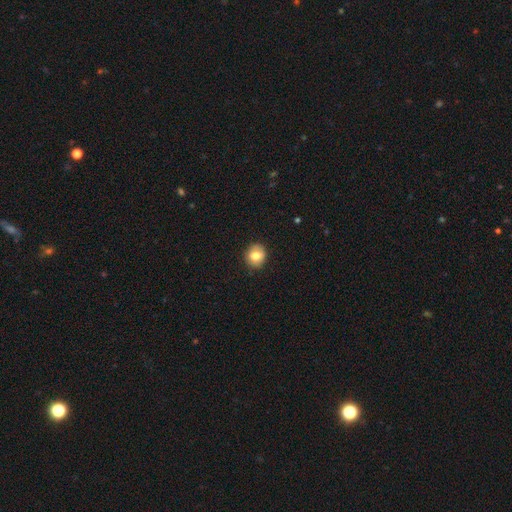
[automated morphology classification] Smooth or featured?
  - smooth: 76% *
  - featured or disk: 16%
  - star or artifact: 9%
How rounded?
  - round: 79% *
  - in between: 21%
  - cigar-shaped: 1%
Merging?
  - none: 87% *
  - minor disturbance: 9%
  - major disturbance: 2%
  - merger: 1%